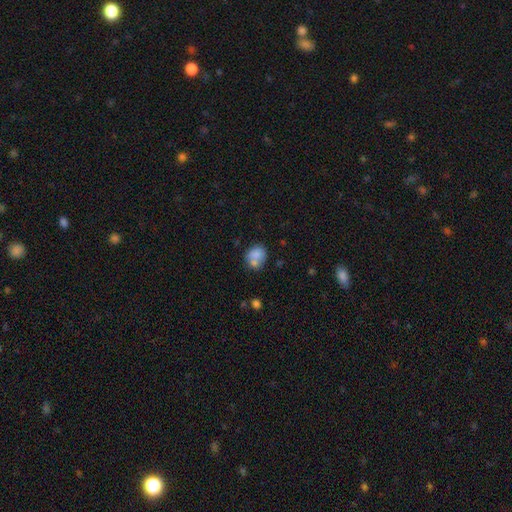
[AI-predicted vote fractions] smooth 75%, featured or disk 15%, star or artifact 9%. Down the decision tree: how rounded — round (60%); merging — none (43%).